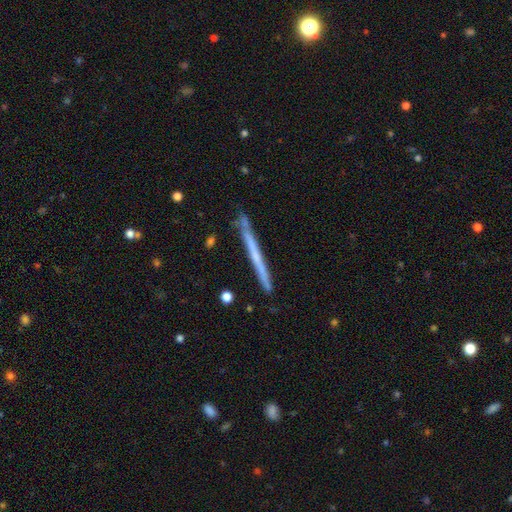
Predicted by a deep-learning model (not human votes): Q: Smooth or featured?
A: featured or disk (55%); runner-up: smooth (39%)
Q: Edge-on disk?
A: yes (97%); runner-up: no (3%)
Q: Edge-on bulge?
A: none (83%); runner-up: rounded (13%)
Q: Merging?
A: none (87%); runner-up: minor disturbance (10%)